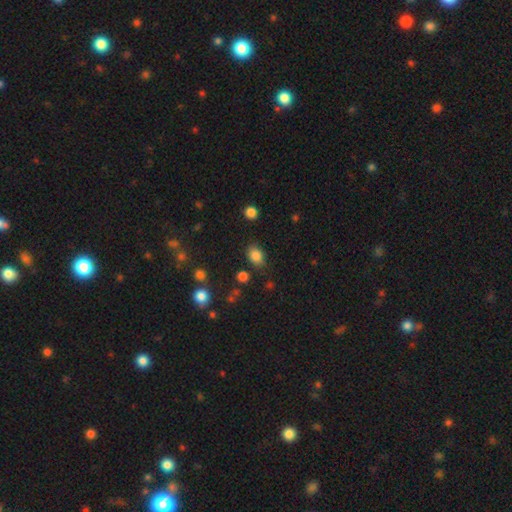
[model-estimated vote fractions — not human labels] The model was most divided on "how rounded": in between: 73%, round: 26%, cigar-shaped: 1%. More confident: smooth or featured — smooth (84%); merging — none (77%).